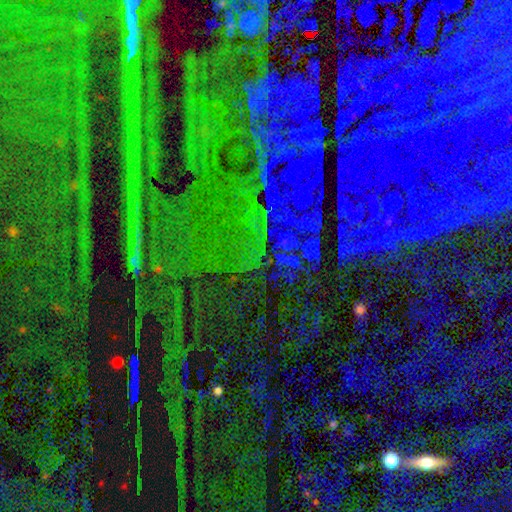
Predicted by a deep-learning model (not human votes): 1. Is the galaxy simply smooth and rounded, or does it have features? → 83% star or artifact, 9% smooth, 8% featured or disk.